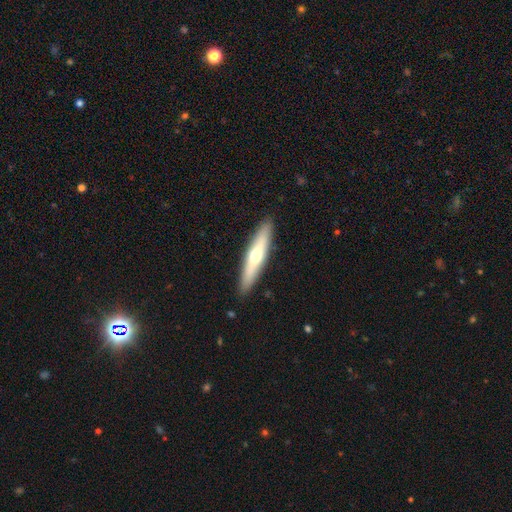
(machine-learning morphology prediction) Smooth or featured: featured or disk — 49% (smooth — 46%)
Merging: none — 90% (minor disturbance — 7%)